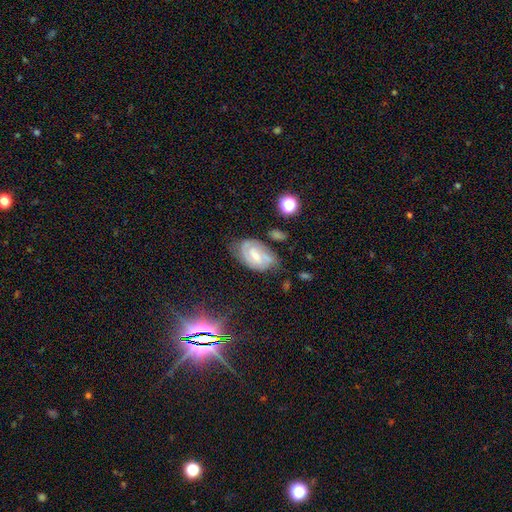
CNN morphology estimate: type=featured or disk (69%); edge-on=no (96%); bar=weak (54%); spiral arms=yes (88%); winding=tight (49%); arm count=2 (53%); bulge=small (51%); merging=none (59%).